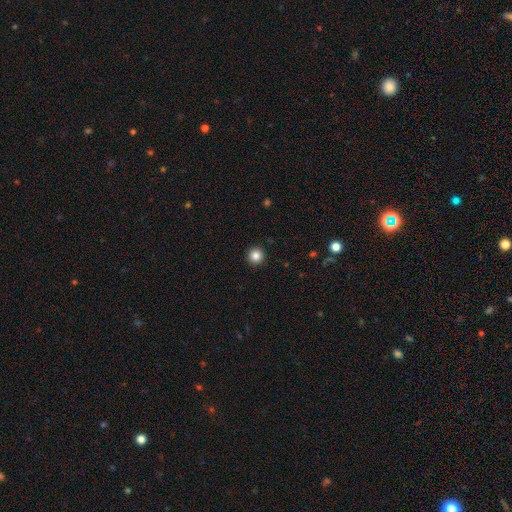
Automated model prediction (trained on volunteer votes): smooth 84%, star or artifact 11%, featured or disk 5%. Down the decision tree: how rounded — round (96%); merging — none (94%).